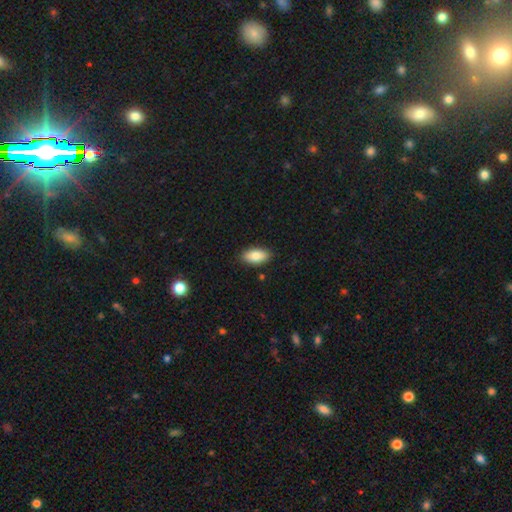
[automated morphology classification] A smooth galaxy with no disk features (84%) that is in between round and cigar-shaped (92%).

Vote fractions:
- Smooth or featured? smooth: 84% / featured or disk: 9% / star or artifact: 7%
- How rounded? in between: 92% / cigar-shaped: 5% / round: 3%
- Merging? none: 87% / minor disturbance: 10% / major disturbance: 2% / merger: 1%